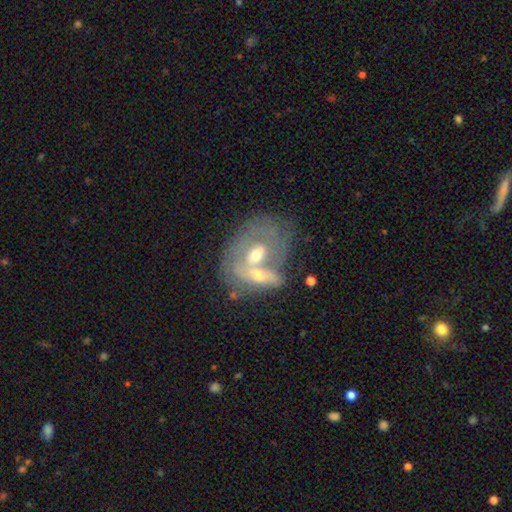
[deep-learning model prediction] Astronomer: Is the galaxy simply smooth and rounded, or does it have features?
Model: featured or disk — 65%.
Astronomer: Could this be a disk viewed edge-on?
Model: no — 92%.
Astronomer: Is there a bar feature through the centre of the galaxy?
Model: no — 66%.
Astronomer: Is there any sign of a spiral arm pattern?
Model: no — 63%.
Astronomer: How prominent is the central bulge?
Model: moderate — 70%.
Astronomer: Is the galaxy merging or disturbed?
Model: merger — 66%.